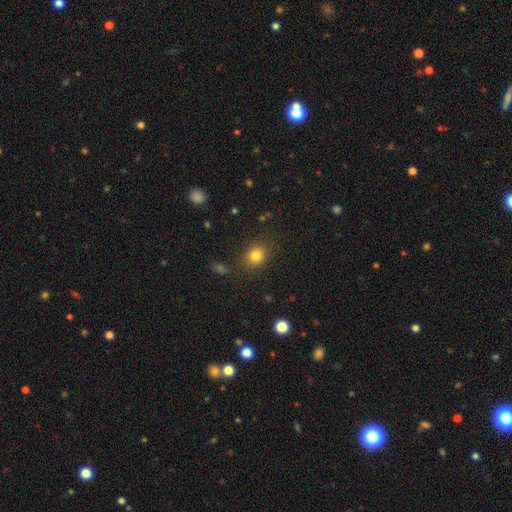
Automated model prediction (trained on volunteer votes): Smooth or featured?
  - smooth: 80% *
  - star or artifact: 13%
  - featured or disk: 7%
How rounded?
  - round: 69% *
  - in between: 30%
  - cigar-shaped: 1%
Merging?
  - none: 84% *
  - minor disturbance: 10%
  - major disturbance: 3%
  - merger: 2%